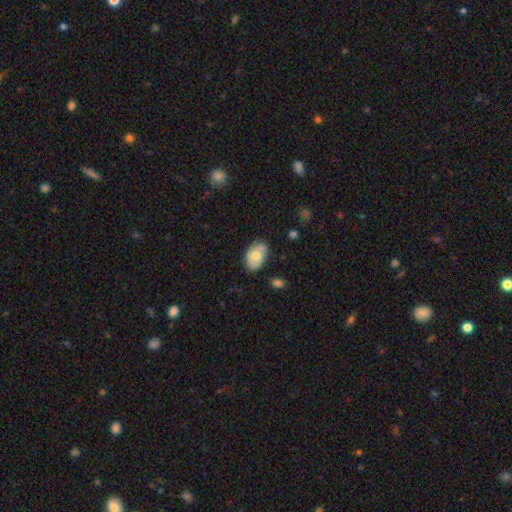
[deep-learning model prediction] Smooth or featured: smooth — 56% (featured or disk — 38%)
How rounded: in between — 88% (round — 11%)
Merging: none — 74% (minor disturbance — 20%)